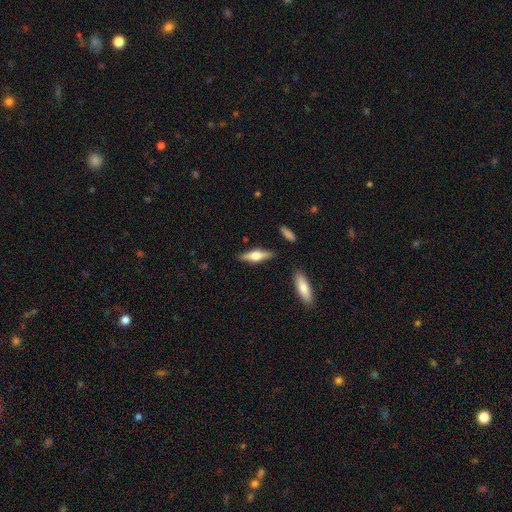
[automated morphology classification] type=featured or disk (56%); edge-on=yes (94%); edge-on bulge=rounded (92%); merging=none (86%).